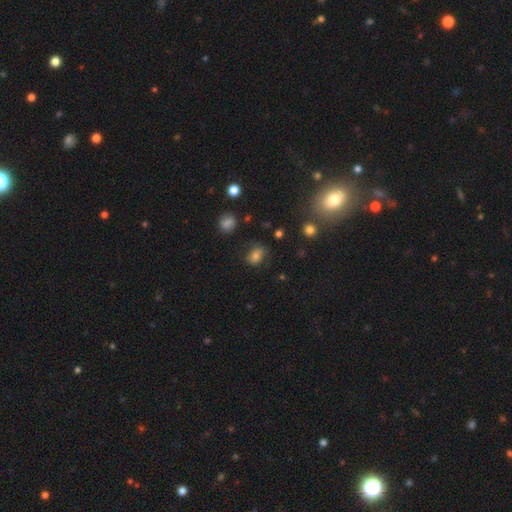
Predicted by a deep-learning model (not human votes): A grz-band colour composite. It shows a smooth galaxy with no disk features (74%) that is in between round and cigar-shaped (64%). Merging: none (69%).